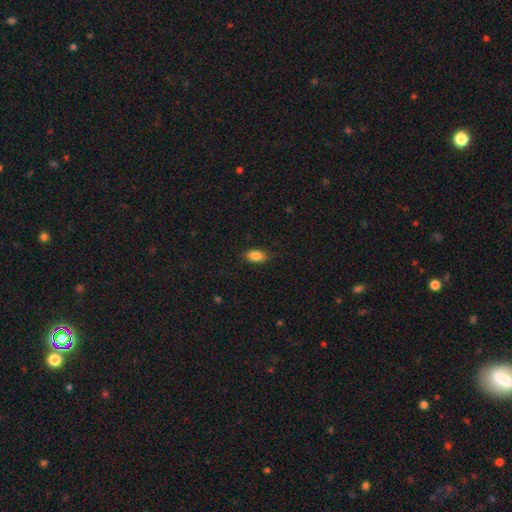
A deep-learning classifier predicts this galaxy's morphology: Q: Smooth or featured?
A: smooth (86%); runner-up: star or artifact (8%)
Q: How rounded?
A: in between (88%); runner-up: round (7%)
Q: Merging?
A: none (82%); runner-up: minor disturbance (14%)